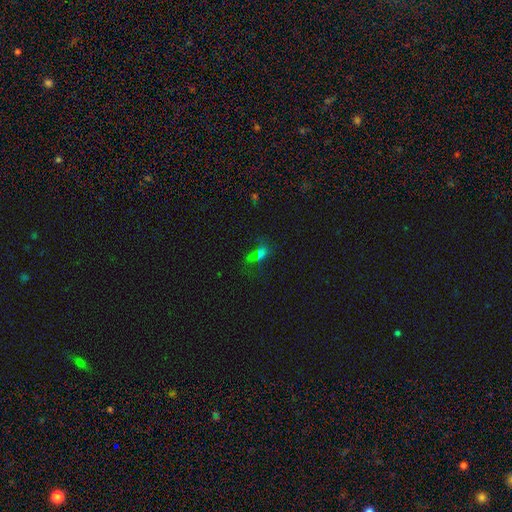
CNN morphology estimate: smooth 50%, star or artifact 31%, featured or disk 19%. Down the decision tree: merging — none (36%).